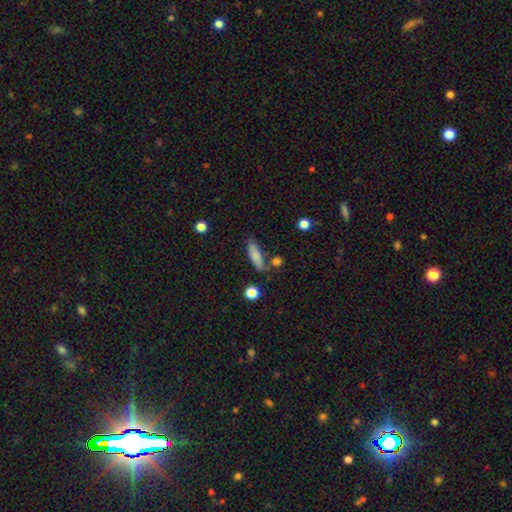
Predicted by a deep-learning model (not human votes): A smooth galaxy with no disk features (79%) that is cigar-shaped (51%).

Vote fractions:
- Smooth or featured? smooth: 79% / featured or disk: 13% / star or artifact: 8%
- How rounded? cigar-shaped: 51% / in between: 46% / round: 3%
- Merging? none: 70% / minor disturbance: 17% / merger: 9% / major disturbance: 5%